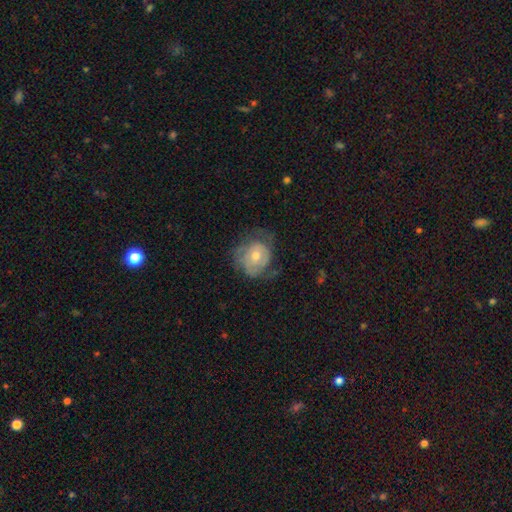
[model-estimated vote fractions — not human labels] Smooth or featured? featured or disk (58%)
Edge-on disk? no (97%)
Bar? no (80%)
Spiral arms? yes (71%)
Bulge size? moderate (57%)
Merging? none (55%)